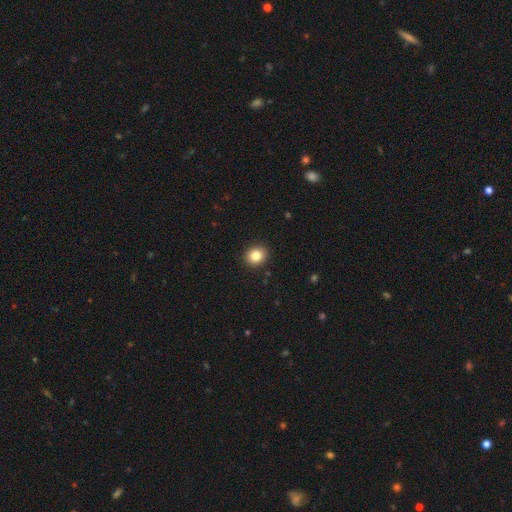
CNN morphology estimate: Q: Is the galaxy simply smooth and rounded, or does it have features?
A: smooth — 83%.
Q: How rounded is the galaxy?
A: round — 70%.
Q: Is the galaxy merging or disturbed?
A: none — 92%.